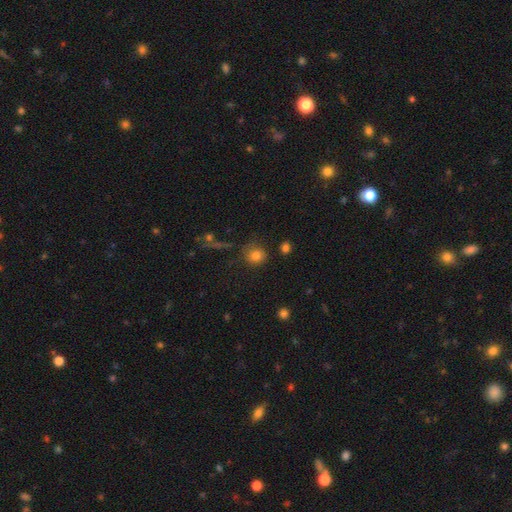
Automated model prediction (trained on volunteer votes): The model was most divided on "merging": none: 77%, minor disturbance: 15%, major disturbance: 5%, merger: 4%. More confident: how rounded — round (85%); smooth or featured — smooth (80%).